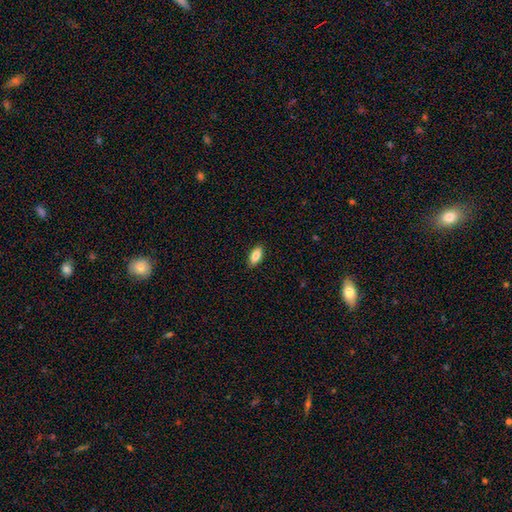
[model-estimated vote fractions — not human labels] Smooth or featured? Predicted: smooth (p=0.83). How rounded? Predicted: in between (p=0.88). Merging? Predicted: none (p=0.89).